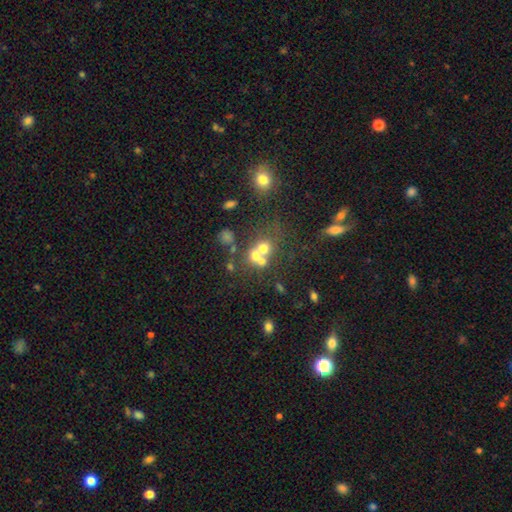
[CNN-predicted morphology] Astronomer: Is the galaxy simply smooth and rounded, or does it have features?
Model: smooth — 57%.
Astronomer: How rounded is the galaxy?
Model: round — 77%.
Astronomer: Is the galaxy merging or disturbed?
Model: merger — 55% (runner-up: none, 33%).